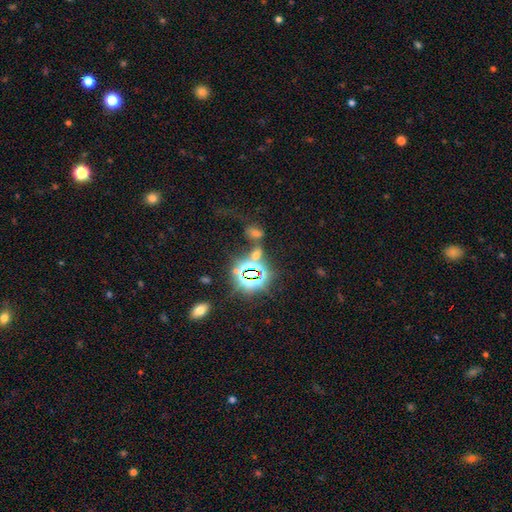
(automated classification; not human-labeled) smooth-or-featured: star or artifact: 63% | smooth: 26% | featured or disk: 10%